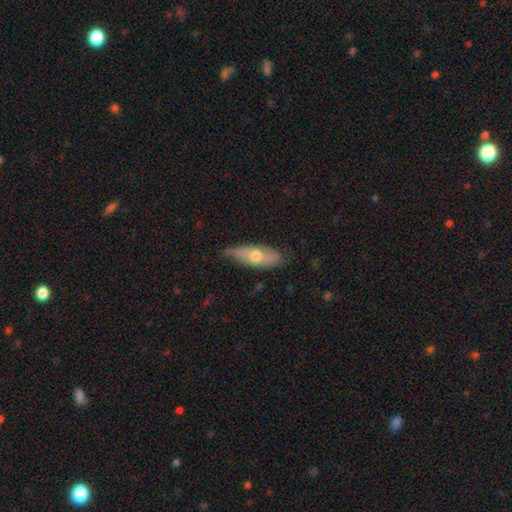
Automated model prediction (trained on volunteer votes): smooth_or_featured: smooth (p=0.54) [alt: featured or disk p=0.39]
how_rounded: in between (p=0.64) [alt: cigar-shaped p=0.33]
merging: none (p=0.70) [alt: minor disturbance p=0.24]